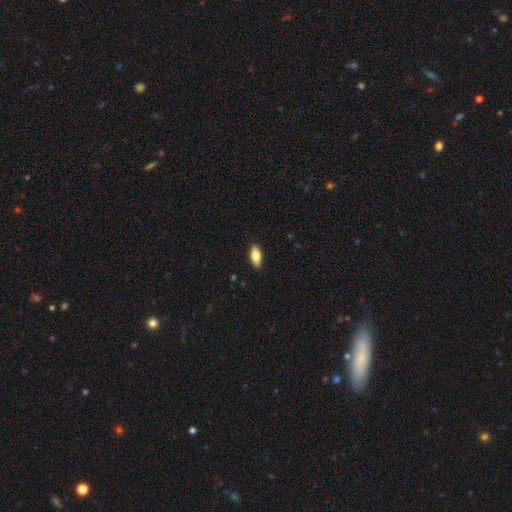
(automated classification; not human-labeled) Q: Smooth or featured?
A: smooth (80%); runner-up: featured or disk (13%)
Q: How rounded?
A: in between (86%); runner-up: cigar-shaped (11%)
Q: Merging?
A: none (89%); runner-up: minor disturbance (8%)